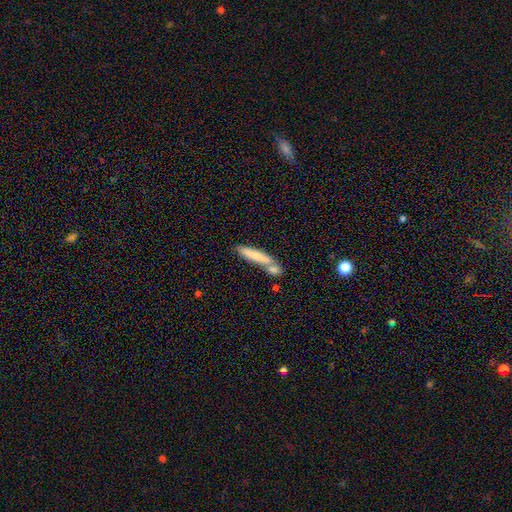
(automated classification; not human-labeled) Q: Smooth or featured?
A: smooth (74%); runner-up: featured or disk (20%)
Q: How rounded?
A: cigar-shaped (89%); runner-up: in between (9%)
Q: Merging?
A: none (54%); runner-up: merger (29%)